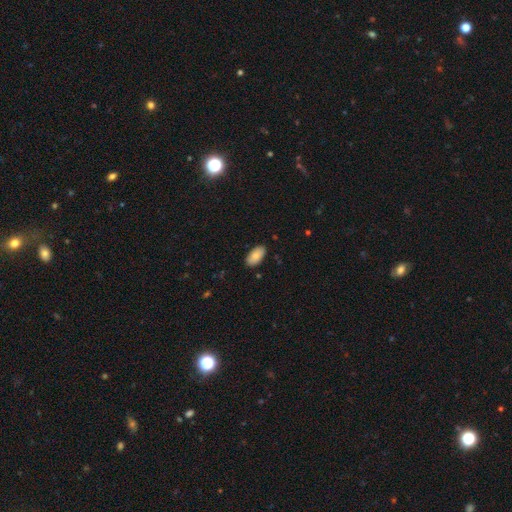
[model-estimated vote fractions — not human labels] This appears to be a smooth galaxy with no disk features (80%) that is in between round and cigar-shaped (95%). Merging: none (87%).